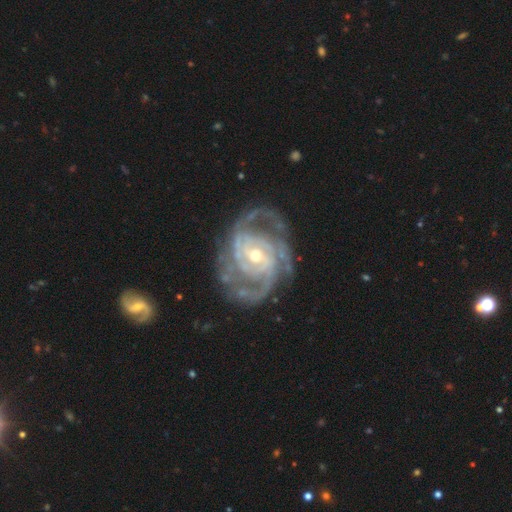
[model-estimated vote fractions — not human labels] A featured or disk galaxy (93%) with no bar (50%), 2 (40%) tight (52%) spiral arms (98%) and a small central bulge (50%).

Vote fractions:
- Smooth or featured? featured or disk: 93% / star or artifact: 4% / smooth: 3%
- Edge-on disk? no: 98% / yes: 2%
- Bar? no: 50% / weak: 35% / strong: 15%
- Spiral arms? yes: 98% / no: 2%
- Spiral winding? tight: 52% / medium: 40% / loose: 8%
- Spiral arm count? 2: 40% / 3: 25% / can't tell: 14% / 4: 9% / more than 4: 6% / 1: 6%
- Bulge size? small: 50% / moderate: 46% / large: 2% / none: 1% / dominant: 1%
- Merging? none: 68% / minor disturbance: 18% / major disturbance: 12% / merger: 2%